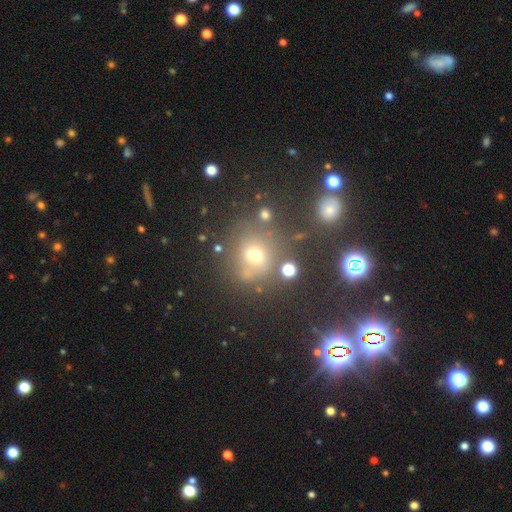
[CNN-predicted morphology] Smooth or featured: smooth — 46% (star or artifact — 40%)
Merging: none — 71% (minor disturbance — 12%)